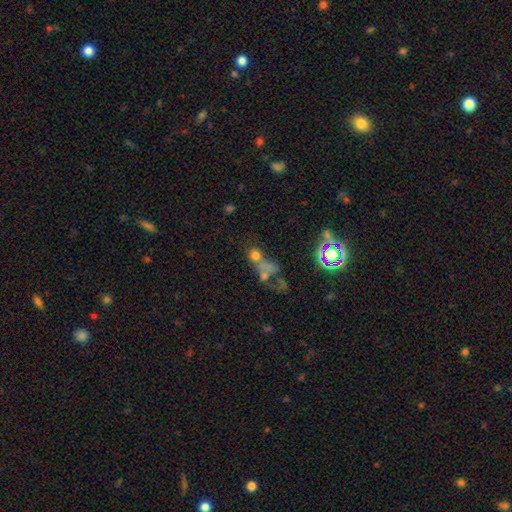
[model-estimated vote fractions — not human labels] Smooth or featured? Predicted: smooth (p=0.55). How rounded? Predicted: round (p=0.68). Merging? Predicted: merger (p=0.49).